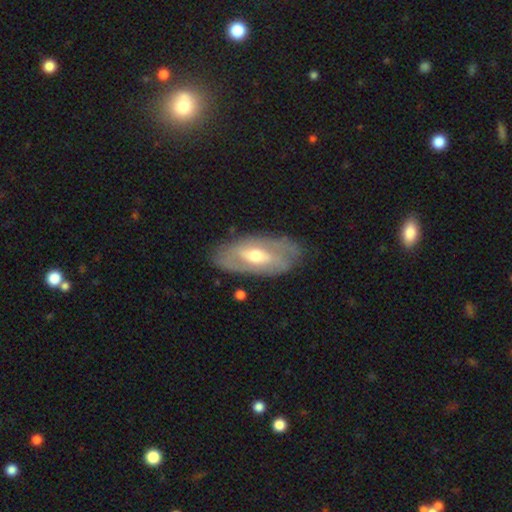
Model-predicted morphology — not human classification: Smooth or featured? featured or disk (68%)
Edge-on disk? no (87%)
Bar? weak (39%)
Spiral arms? yes (54%)
Bulge size? moderate (69%)
Merging? none (77%)